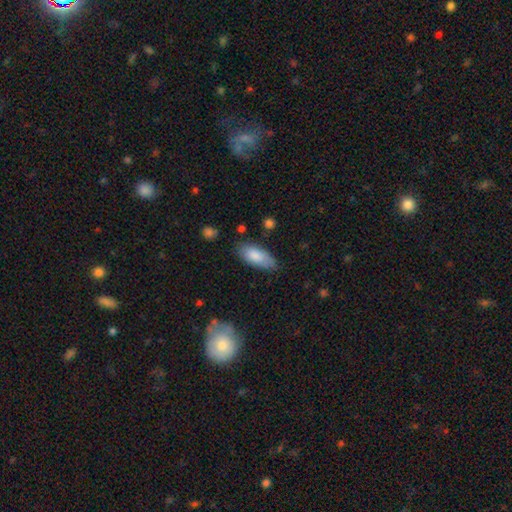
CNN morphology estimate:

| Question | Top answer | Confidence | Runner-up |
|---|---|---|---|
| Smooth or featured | smooth | 82% | featured or disk (12%) |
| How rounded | in between | 84% | cigar-shaped (14%) |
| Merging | none | 71% | minor disturbance (23%) |